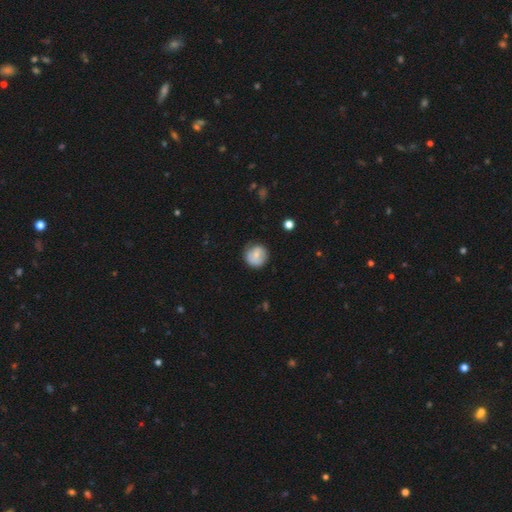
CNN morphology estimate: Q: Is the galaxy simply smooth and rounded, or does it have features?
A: smooth — 70%.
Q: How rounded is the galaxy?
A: round — 90%.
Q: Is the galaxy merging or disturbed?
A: none — 72%.